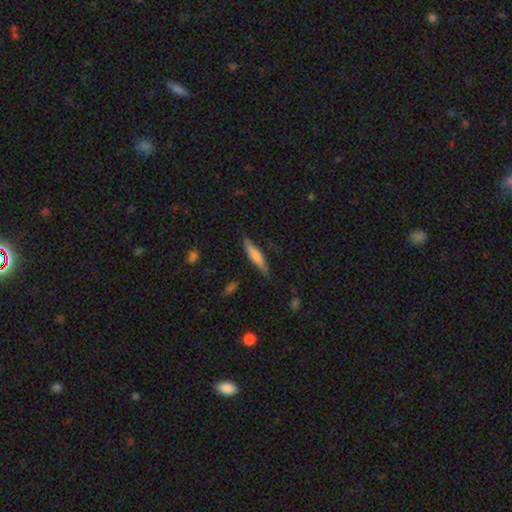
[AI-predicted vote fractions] smooth_or_featured: smooth (p=0.69) [alt: featured or disk p=0.25]
how_rounded: cigar-shaped (p=0.85) [alt: in between p=0.14]
merging: none (p=0.82) [alt: minor disturbance p=0.14]